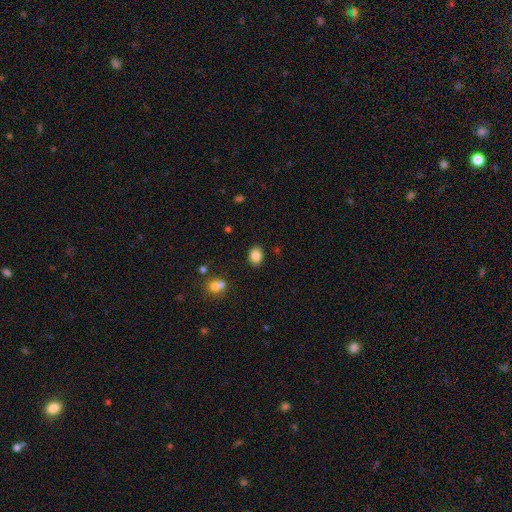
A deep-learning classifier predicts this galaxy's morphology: smooth-or-featured: smooth: 85% | star or artifact: 9% | featured or disk: 5%
  how-rounded: in between: 60% | round: 39% | cigar-shaped: 1%
  merging: none: 86% | minor disturbance: 9% | merger: 3% | major disturbance: 3%